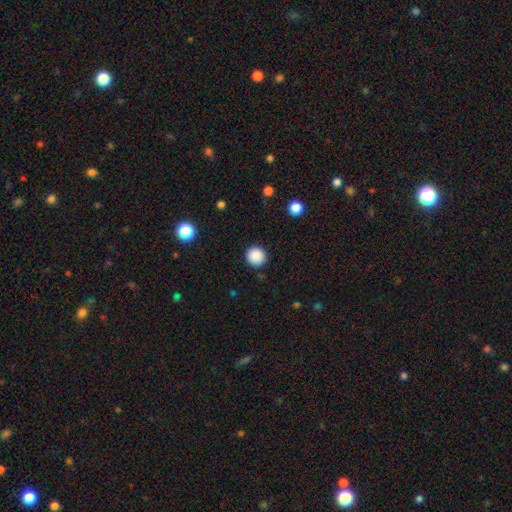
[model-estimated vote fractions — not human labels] This is clearly a smooth galaxy (88%). How rounded: clearly round (95%). Merging: clearly none (91%).